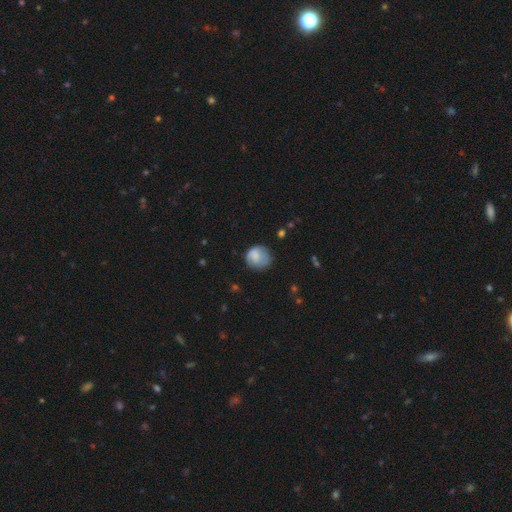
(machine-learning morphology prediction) A smooth galaxy with no disk features (78%) that is round (83%). Merging: none (62%).